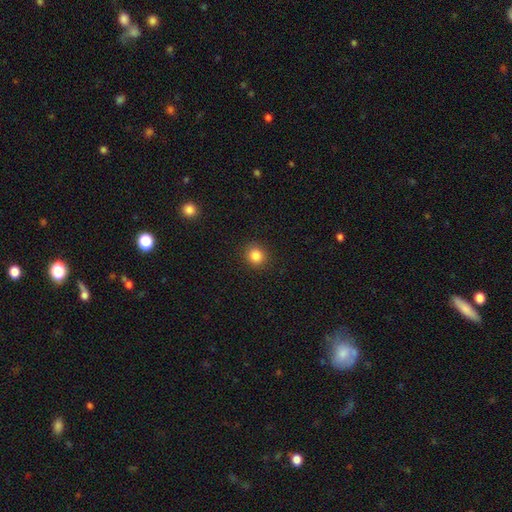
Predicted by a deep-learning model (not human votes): smooth_or_featured: smooth (p=0.84) [alt: star or artifact p=0.11]
how_rounded: round (p=0.85) [alt: in between p=0.14]
merging: none (p=0.90) [alt: minor disturbance p=0.07]